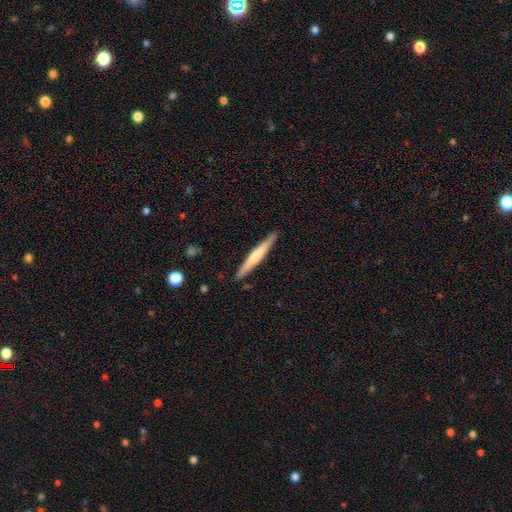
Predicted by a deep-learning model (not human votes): This is possibly a smooth galaxy (52%). How rounded: clearly cigar-shaped (96%). Merging: clearly none (90%).